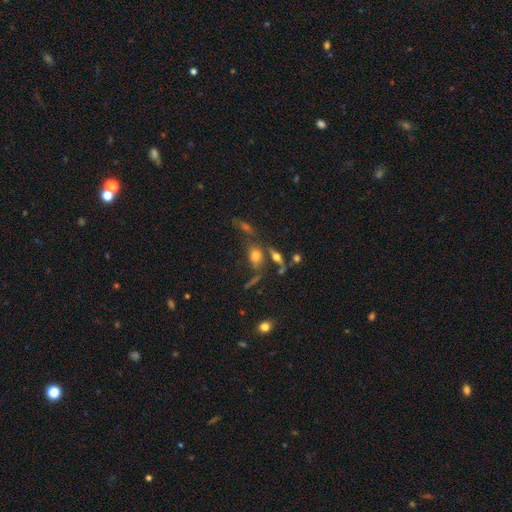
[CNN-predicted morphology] Overall: smooth (62%; featured or disk 23%). How rounded: in between (66%; round 26%). Merging: none (55%; merger 22%).